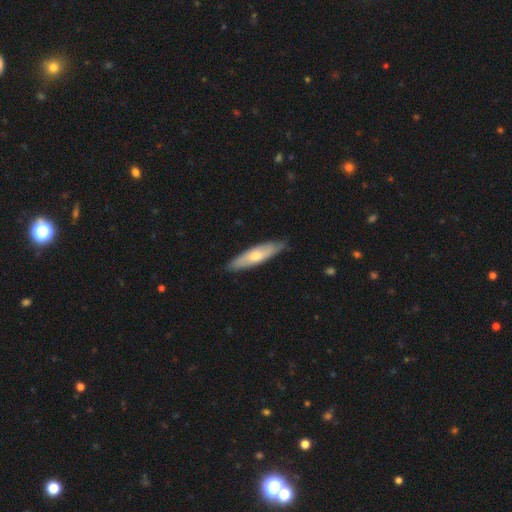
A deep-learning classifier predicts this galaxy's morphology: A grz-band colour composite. It shows a smooth galaxy with no disk features (56%) that is cigar-shaped (68%). Merging: none (83%).